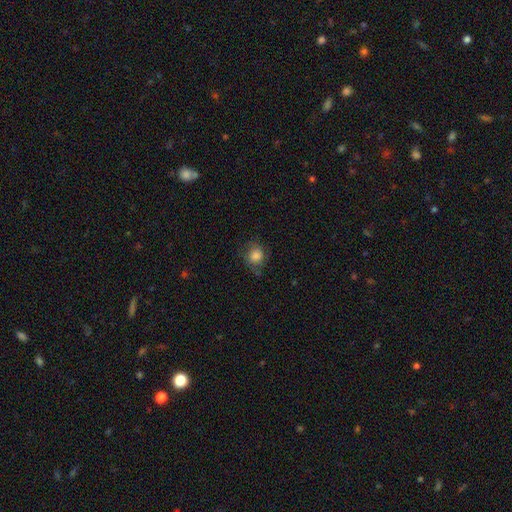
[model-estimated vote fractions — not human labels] smooth_or_featured: smooth (p=0.75) [alt: featured or disk p=0.15]
how_rounded: round (p=0.76) [alt: in between p=0.23]
merging: none (p=0.65) [alt: minor disturbance p=0.23]